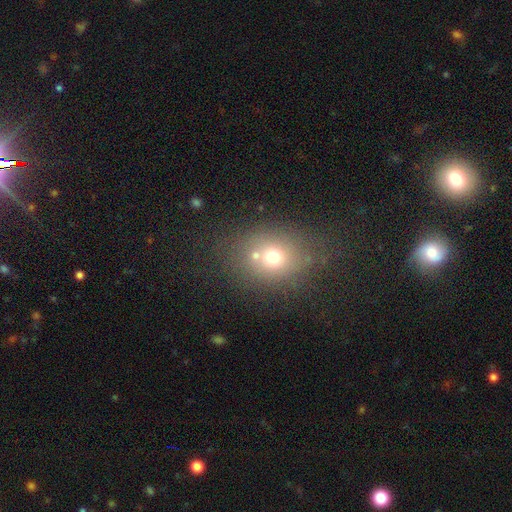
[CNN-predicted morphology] type=smooth (65%); roundness=round (59%); merging=none (63%).